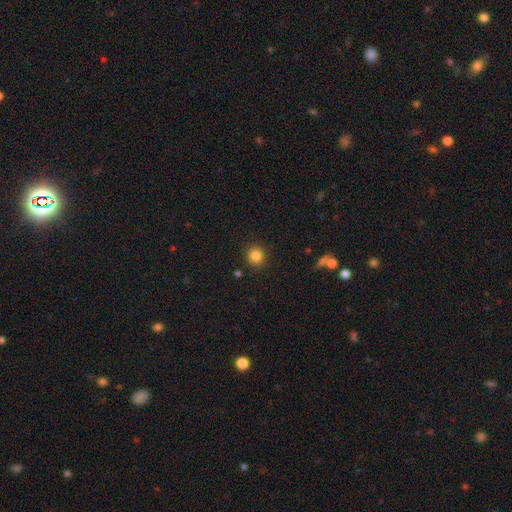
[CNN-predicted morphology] smooth_or_featured: smooth (p=0.84) [alt: star or artifact p=0.12]
how_rounded: round (p=0.89) [alt: in between p=0.10]
merging: none (p=0.89) [alt: minor disturbance p=0.07]